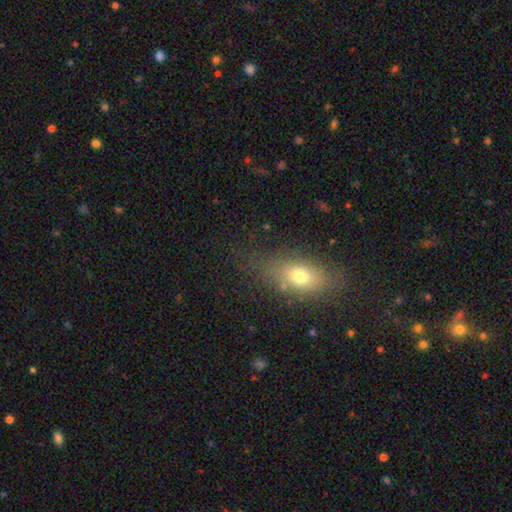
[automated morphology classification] smooth-or-featured: smooth: 66% | featured or disk: 19% | star or artifact: 15%
  how-rounded: in between: 73% | cigar-shaped: 14% | round: 13%
  merging: none: 72% | minor disturbance: 20% | major disturbance: 7% | merger: 2%